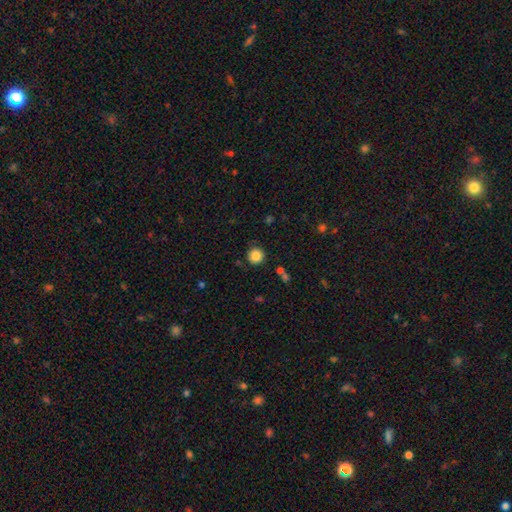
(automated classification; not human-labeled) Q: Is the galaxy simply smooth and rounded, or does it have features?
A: smooth — 85%.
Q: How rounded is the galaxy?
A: round — 94%.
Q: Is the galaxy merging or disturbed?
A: none — 88%.